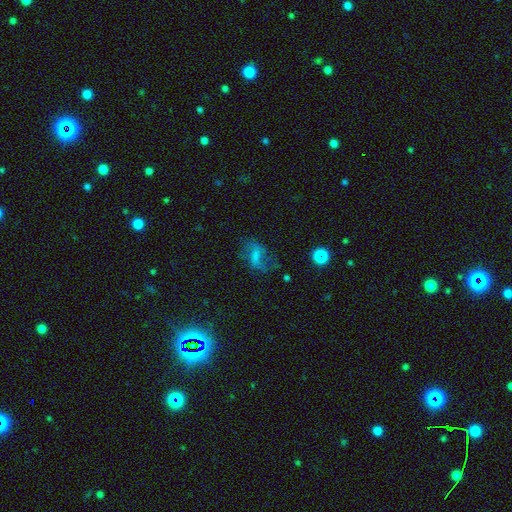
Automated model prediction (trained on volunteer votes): smooth-or-featured: featured or disk: 44% | smooth: 36% | star or artifact: 20%
  merging: none: 57% | minor disturbance: 21% | major disturbance: 19% | merger: 3%